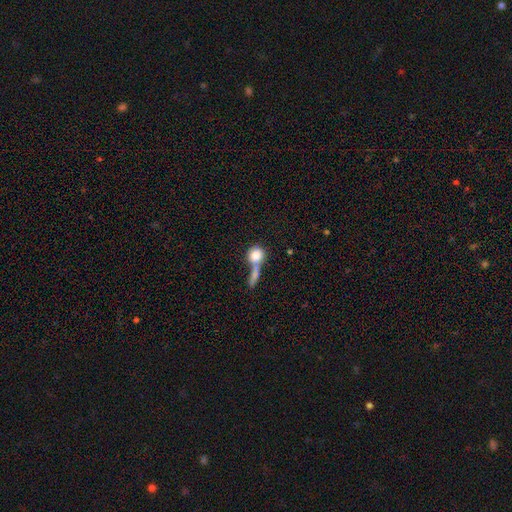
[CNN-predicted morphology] Smooth or featured: smooth — 76% (featured or disk — 16%)
How rounded: round — 76% (in between — 18%)
Merging: merger — 46% (none — 30%)